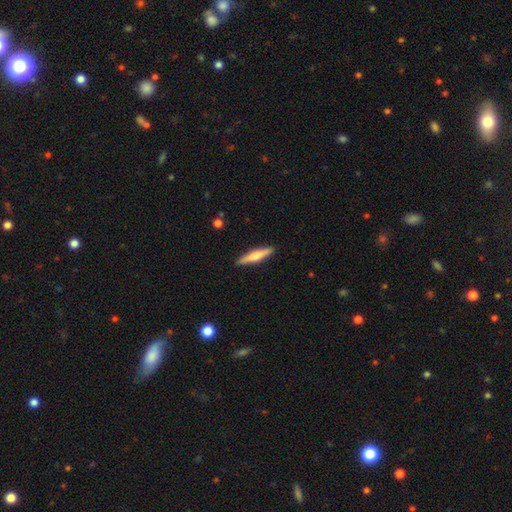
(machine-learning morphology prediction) A smooth galaxy with no disk features (48%). Merging: none (90%).